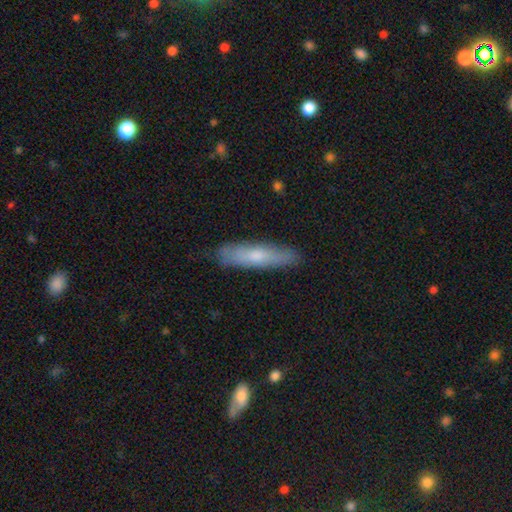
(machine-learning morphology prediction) Q: Smooth or featured?
A: smooth (62%); runner-up: featured or disk (32%)
Q: How rounded?
A: cigar-shaped (80%); runner-up: in between (19%)
Q: Merging?
A: none (81%); runner-up: minor disturbance (15%)